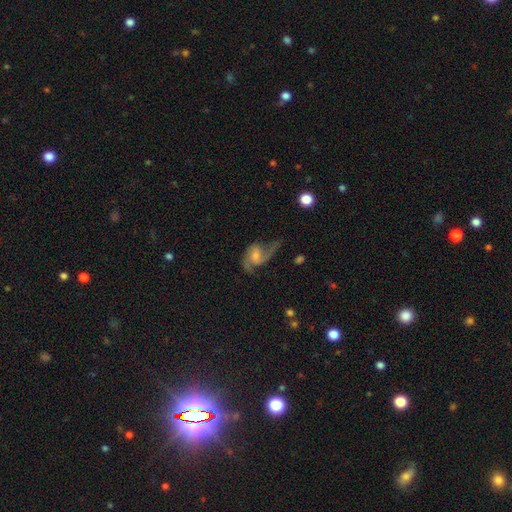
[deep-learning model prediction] The model was most divided on "bulge size": small: 43%, moderate: 38%, none: 11%, large: 6%, dominant: 2%. Remaining: edge-on disk — no (97%); spiral arms — yes (93%); smooth or featured — featured or disk (80%); spiral arm count — 2 (75%); bar — no (52%); spiral winding — loose (51%); merging — none (48%).